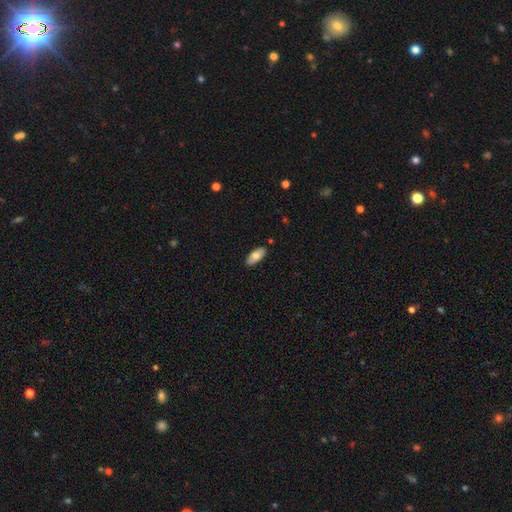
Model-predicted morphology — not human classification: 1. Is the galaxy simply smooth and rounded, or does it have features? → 73% smooth, 21% featured or disk, 6% star or artifact.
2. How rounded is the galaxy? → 89% in between, 9% cigar-shaped, 2% round.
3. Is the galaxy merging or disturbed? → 87% none, 10% minor disturbance, 2% major disturbance, 1% merger.